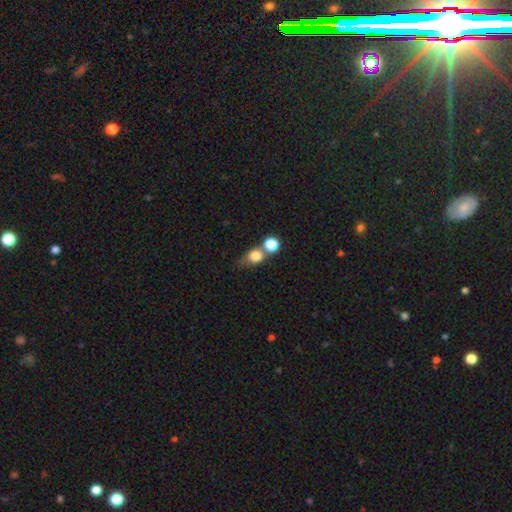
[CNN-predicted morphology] Overall: smooth (76%). How rounded: round (59%; in between 37%). Merging: merger (40%; none 39%).